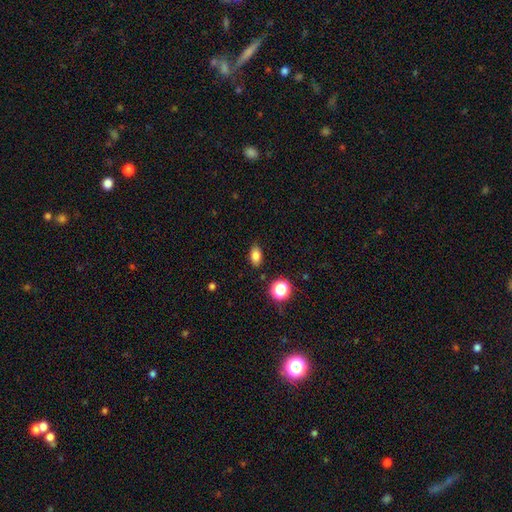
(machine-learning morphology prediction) smooth-or-featured: smooth: 81% | star or artifact: 12% | featured or disk: 7%
  how-rounded: in between: 85% | round: 12% | cigar-shaped: 3%
  merging: none: 87% | minor disturbance: 9% | major disturbance: 2% | merger: 2%